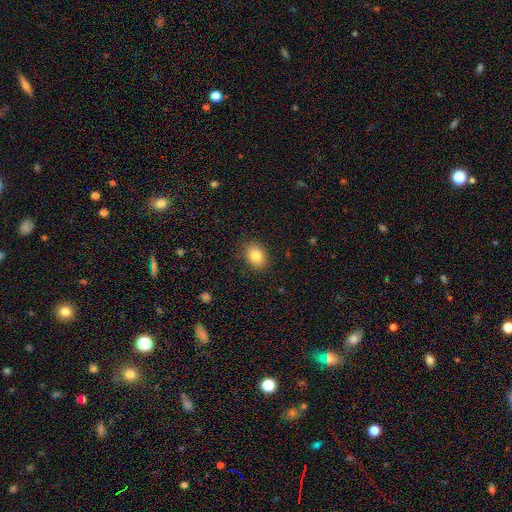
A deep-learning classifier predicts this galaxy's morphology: smooth 84%, star or artifact 9%, featured or disk 7%. Down the decision tree: how rounded — in between (63%); merging — none (87%).